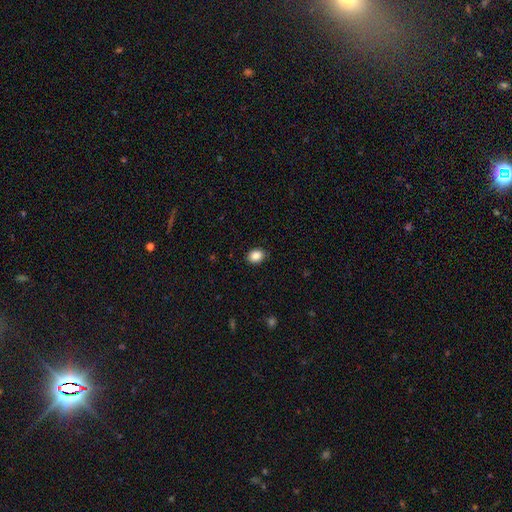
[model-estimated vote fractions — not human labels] Smooth or featured: smooth — 86% (star or artifact — 9%)
How rounded: in between — 57% (round — 42%)
Merging: none — 88% (minor disturbance — 9%)